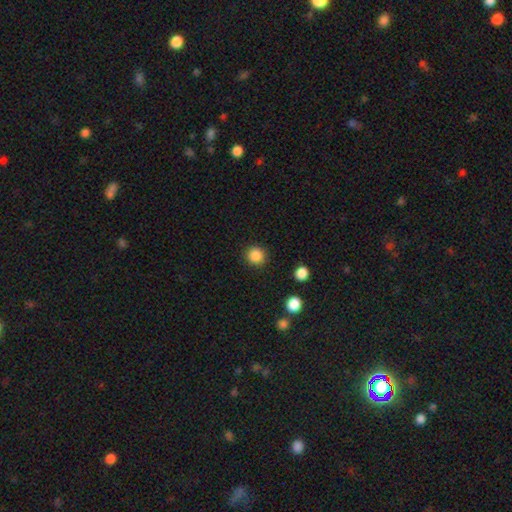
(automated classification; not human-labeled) A smooth galaxy with no disk features (87%) that is round (93%). Merging: none (90%).